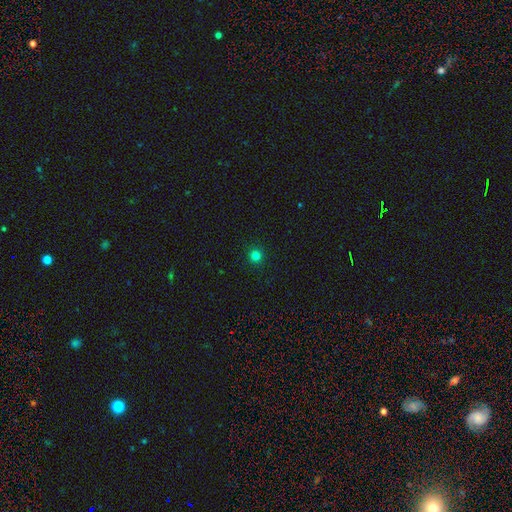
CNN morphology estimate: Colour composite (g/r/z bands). It shows a smooth galaxy with no disk features (80%) that is round (96%). Merging: none (93%).